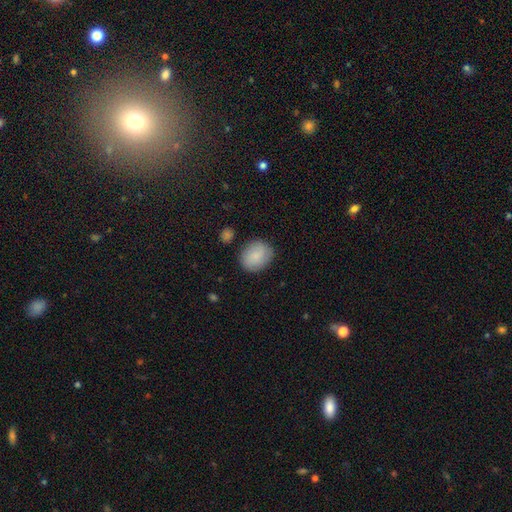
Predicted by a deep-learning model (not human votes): The model was most divided on "how rounded": round: 62%, in between: 37%, cigar-shaped: 1%. More confident: merging — none (81%); smooth or featured — smooth (79%).